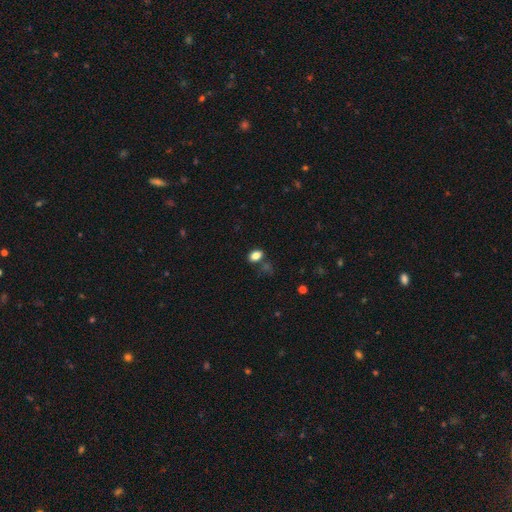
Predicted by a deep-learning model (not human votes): Morphology: type=smooth (83%); roundness=in between (80%); merging=none (72%).